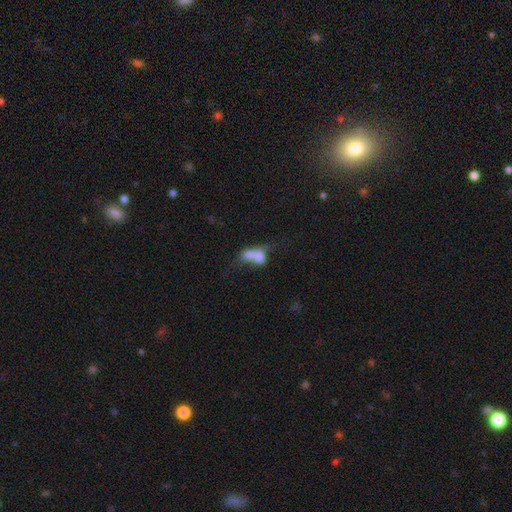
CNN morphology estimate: Smooth or featured: smooth — 61% (featured or disk — 28%)
How rounded: in between — 65% (round — 28%)
Merging: merger — 69% (none — 14%)